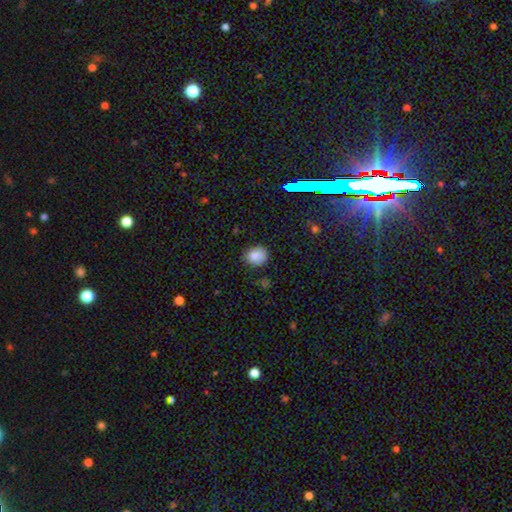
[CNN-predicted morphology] This is clearly a smooth galaxy (83%). How rounded: likely round (62%). Merging: likely none (76%).